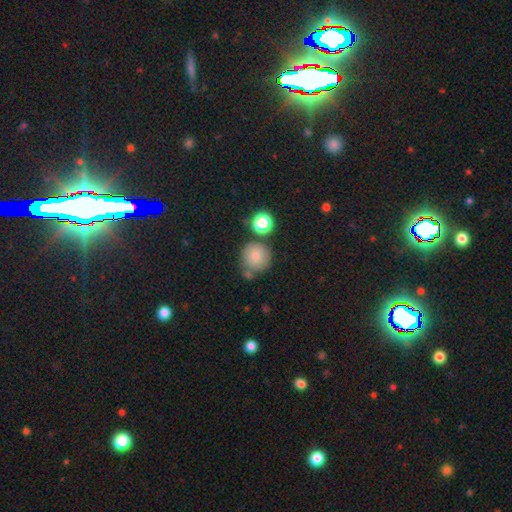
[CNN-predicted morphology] A smooth galaxy with no disk features (77%) that is round (93%). Merging: none (65%).